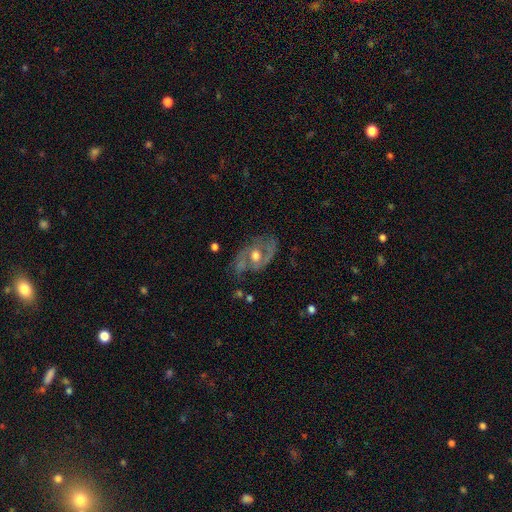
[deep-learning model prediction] smooth-or-featured: featured or disk: 75% | smooth: 18% | star or artifact: 7%
  disk-edge-on: no: 94% | yes: 6%
    bar: no: 60% | weak: 31% | strong: 10%
    has-spiral-arms: yes: 72% | no: 28%
      spiral-winding: medium: 47% | loose: 29% | tight: 24%
      spiral-arm-count: 2: 75% | can't tell: 14% | 1: 5% | 3: 3% | 4: 2% | more than 4: 2%
    bulge-size: moderate: 72% | large: 16% | small: 10% | none: 1% | dominant: 1%
  merging: none: 61% | minor disturbance: 22% | major disturbance: 14% | merger: 3%